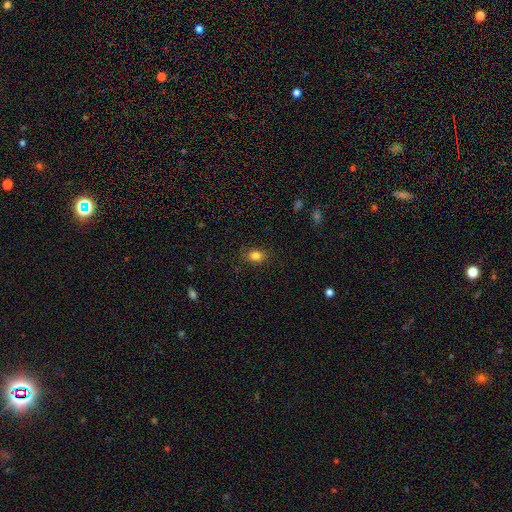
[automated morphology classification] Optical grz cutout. It shows a smooth galaxy with no disk features (83%) that is in between round and cigar-shaped (63%). Merging: none (84%).